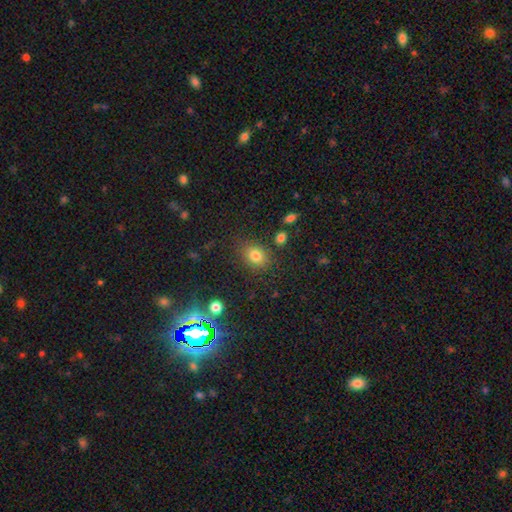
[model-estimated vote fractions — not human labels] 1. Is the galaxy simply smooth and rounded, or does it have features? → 79% smooth, 13% star or artifact, 8% featured or disk.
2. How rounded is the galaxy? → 55% in between, 44% round, 1% cigar-shaped.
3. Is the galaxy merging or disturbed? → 80% none, 12% minor disturbance, 4% major disturbance, 4% merger.